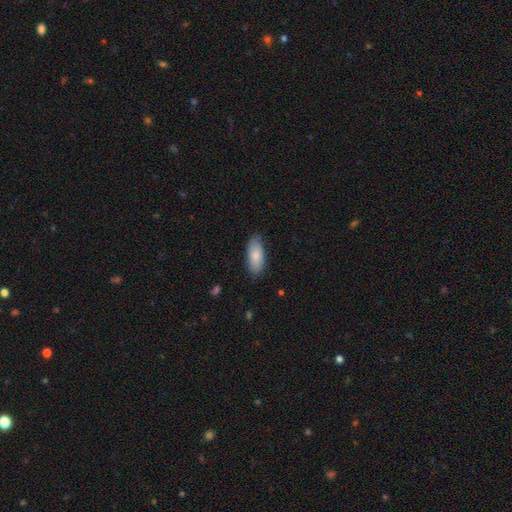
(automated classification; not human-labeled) Smooth or featured? smooth (82%)
How rounded? in between (86%)
Merging? none (82%)